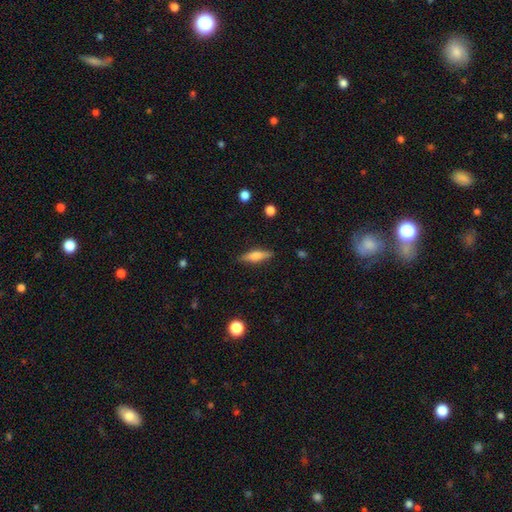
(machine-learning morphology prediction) This is possibly a smooth galaxy (56%). How rounded: likely cigar-shaped (65%). Merging: clearly none (88%).